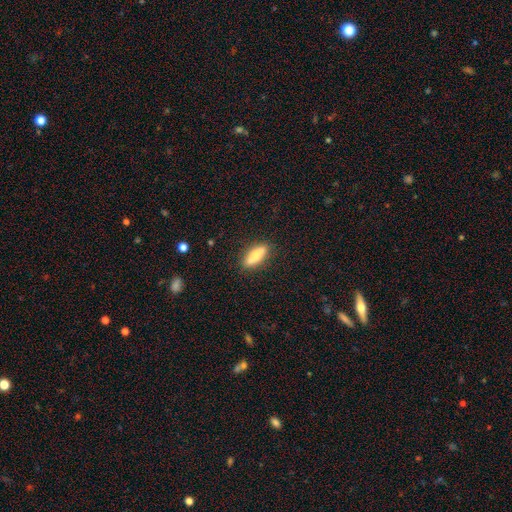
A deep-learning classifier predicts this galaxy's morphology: Smooth or featured? Predicted: smooth (p=0.77). How rounded? Predicted: cigar-shaped (p=0.56). Merging? Predicted: none (p=0.87).